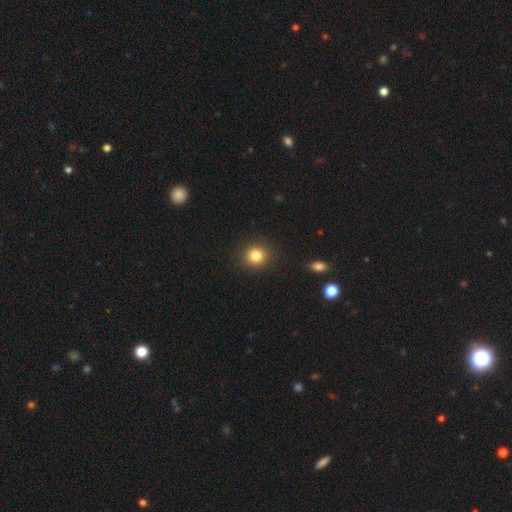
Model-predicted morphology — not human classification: smooth 83%, star or artifact 11%, featured or disk 6%. Down the decision tree: how rounded — round (87%); merging — none (90%).